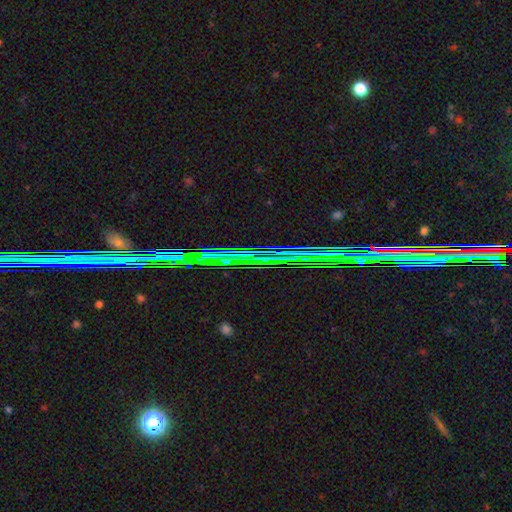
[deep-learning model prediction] Smooth or featured? star or artifact (86%)